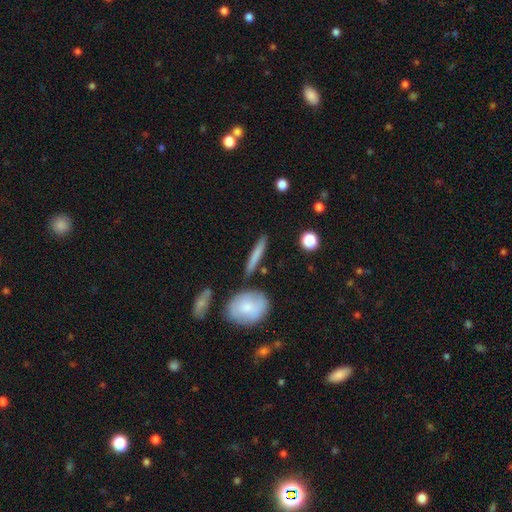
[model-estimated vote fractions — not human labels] Smooth or featured?
  - smooth: 69% *
  - featured or disk: 25%
  - star or artifact: 6%
How rounded?
  - cigar-shaped: 88% *
  - in between: 8%
  - round: 4%
Merging?
  - none: 85% *
  - minor disturbance: 9%
  - merger: 4%
  - major disturbance: 2%